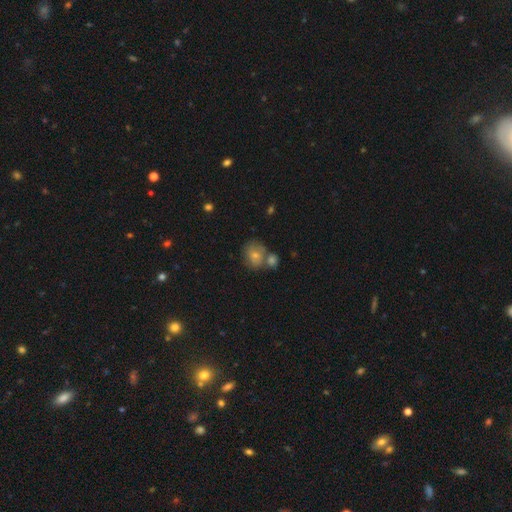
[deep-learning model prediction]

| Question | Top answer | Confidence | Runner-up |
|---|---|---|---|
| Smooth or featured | smooth | 70% | featured or disk (21%) |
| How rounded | round | 64% | in between (35%) |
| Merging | none | 41% | merger (38%) |